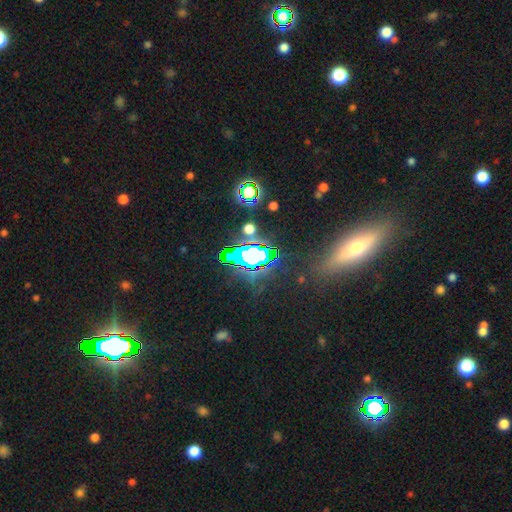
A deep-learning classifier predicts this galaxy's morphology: Smooth or featured? Predicted: star or artifact (p=0.64).